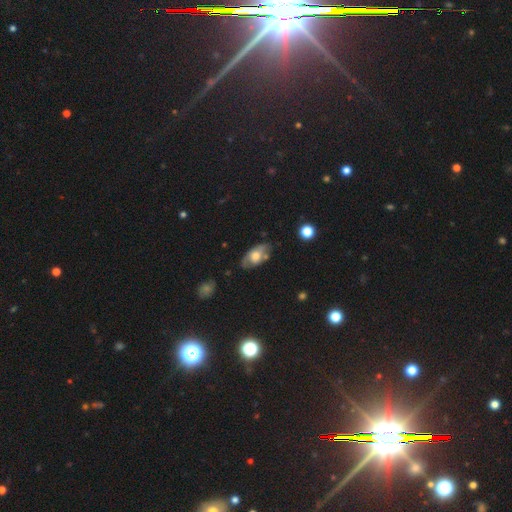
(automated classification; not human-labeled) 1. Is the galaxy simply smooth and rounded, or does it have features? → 47% smooth, 46% featured or disk, 8% star or artifact.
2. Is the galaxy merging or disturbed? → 64% none, 24% minor disturbance, 7% major disturbance, 5% merger.